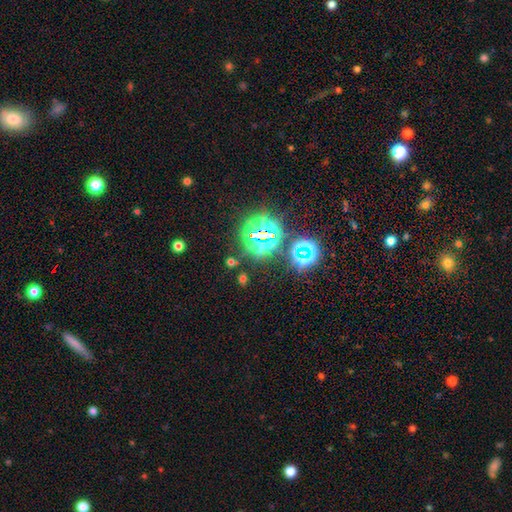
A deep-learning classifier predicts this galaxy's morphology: Overall: star or artifact (81%).